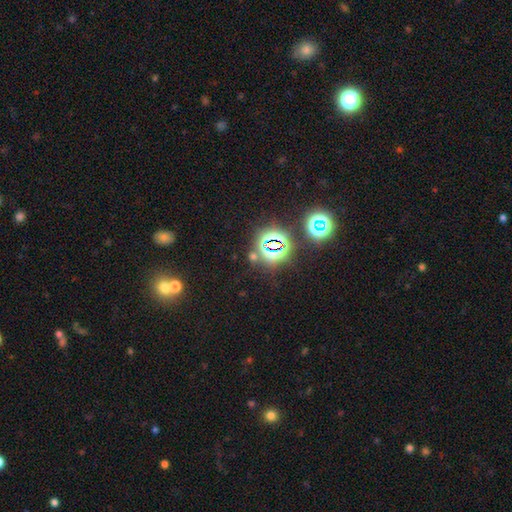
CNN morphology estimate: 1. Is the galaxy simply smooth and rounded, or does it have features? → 75% star or artifact, 16% smooth, 9% featured or disk.